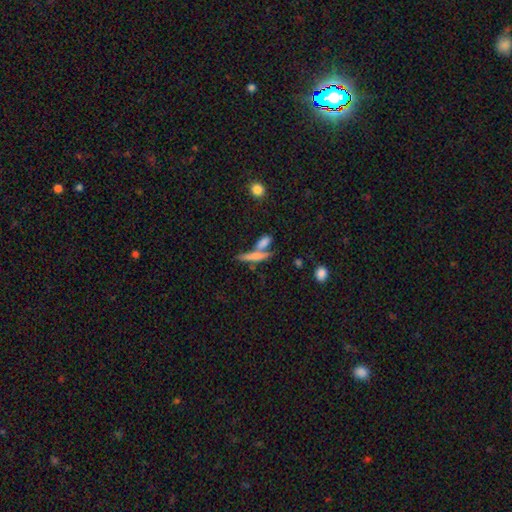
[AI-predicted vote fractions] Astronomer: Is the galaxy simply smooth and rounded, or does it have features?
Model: smooth — 61%.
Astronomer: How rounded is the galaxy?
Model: cigar-shaped — 78%.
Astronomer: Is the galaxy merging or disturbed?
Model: none — 49% (runner-up: merger, 37%).